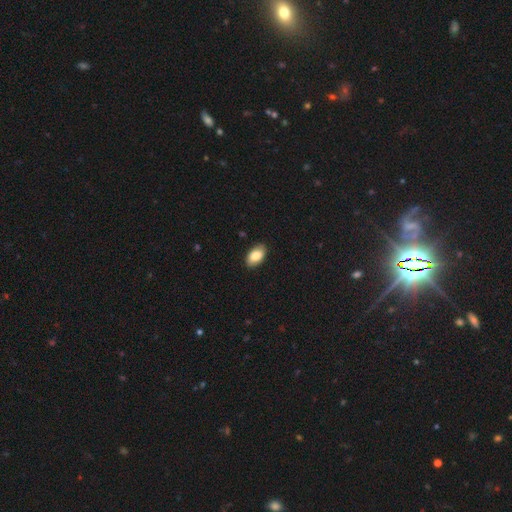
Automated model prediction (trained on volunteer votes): Smooth or featured? Predicted: smooth (p=0.83). How rounded? Predicted: in between (p=0.94). Merging? Predicted: none (p=0.88).